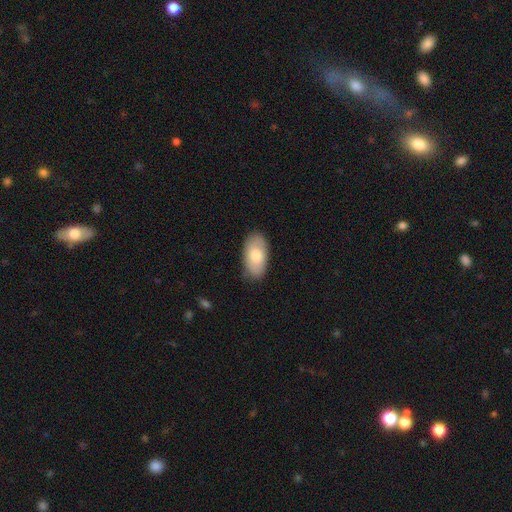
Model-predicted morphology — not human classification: Q: Smooth or featured?
A: smooth (74%); runner-up: featured or disk (20%)
Q: How rounded?
A: in between (95%); runner-up: round (3%)
Q: Merging?
A: none (83%); runner-up: minor disturbance (13%)